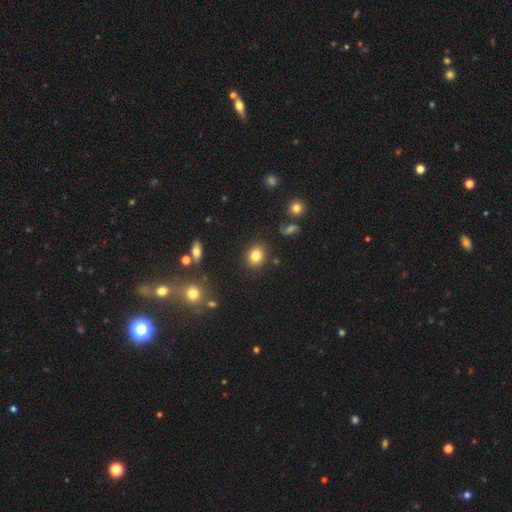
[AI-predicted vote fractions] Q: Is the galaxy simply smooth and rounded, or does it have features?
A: smooth — 82%.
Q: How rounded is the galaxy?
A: round — 64%.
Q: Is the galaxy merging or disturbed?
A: none — 88%.